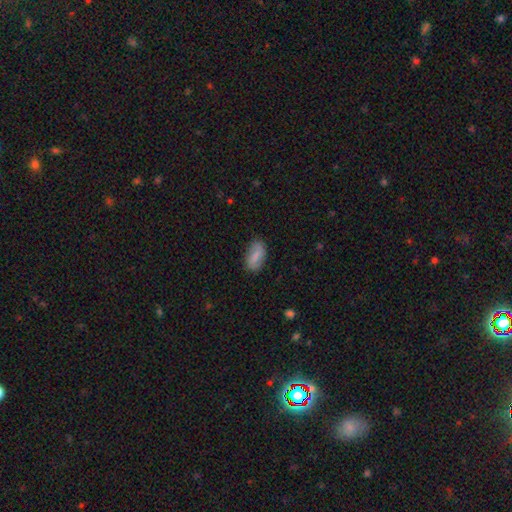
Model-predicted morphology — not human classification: A smooth galaxy with no disk features (71%) that is in between round and cigar-shaped (90%).

Vote fractions:
- Smooth or featured? smooth: 71% / featured or disk: 22% / star or artifact: 7%
- How rounded? in between: 90% / cigar-shaped: 5% / round: 4%
- Merging? none: 76% / minor disturbance: 18% / major disturbance: 5% / merger: 2%